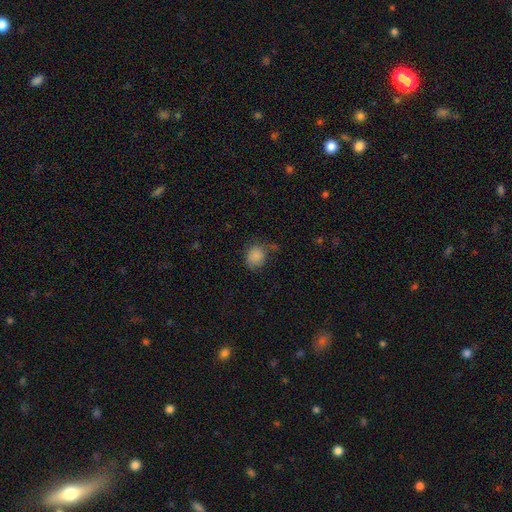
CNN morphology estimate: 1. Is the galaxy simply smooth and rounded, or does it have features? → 85% smooth, 10% star or artifact, 5% featured or disk.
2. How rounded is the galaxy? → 70% round, 29% in between, 1% cigar-shaped.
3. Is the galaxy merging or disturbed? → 61% none, 25% minor disturbance, 9% major disturbance, 6% merger.